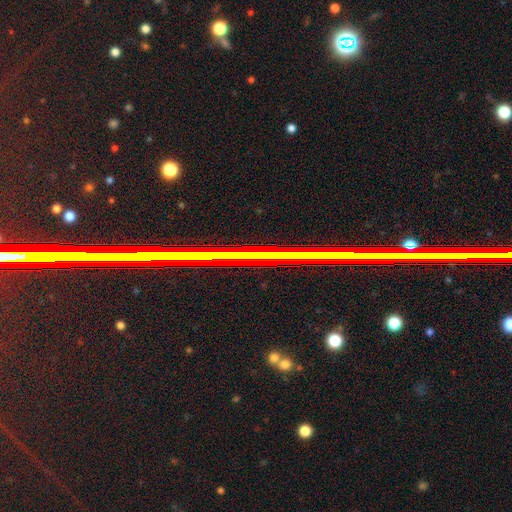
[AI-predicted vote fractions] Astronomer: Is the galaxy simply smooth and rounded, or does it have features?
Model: star or artifact — 78%.